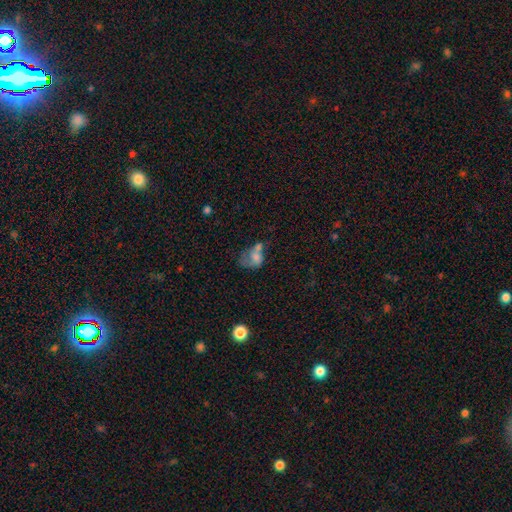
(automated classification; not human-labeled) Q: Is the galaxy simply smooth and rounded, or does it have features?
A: smooth — 57%.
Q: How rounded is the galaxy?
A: in between — 66%.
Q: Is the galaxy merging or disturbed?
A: merger — 40%.